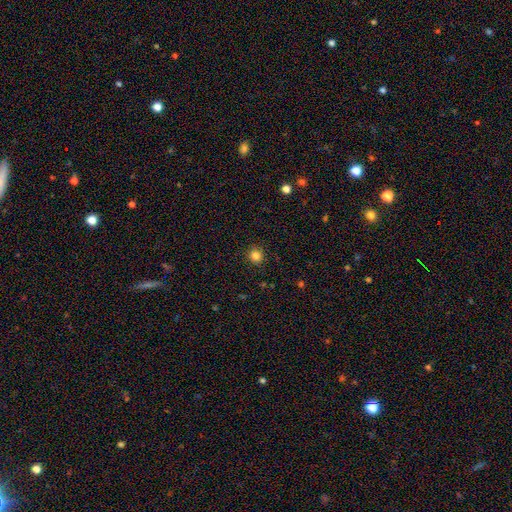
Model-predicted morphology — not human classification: type=smooth (84%); roundness=round (93%); merging=none (91%).